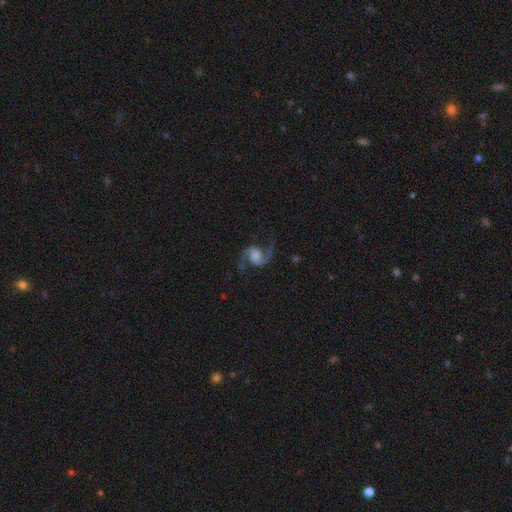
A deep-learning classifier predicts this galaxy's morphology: featured or disk 92%, star or artifact 5%, smooth 4%. Down the decision tree: edge-on disk — no (98%); bar — no (61%); spiral arms — yes (98%); spiral arm count — 2 (95%); spiral winding — loose (53%); bulge size — moderate (32%); merging — none (80%).